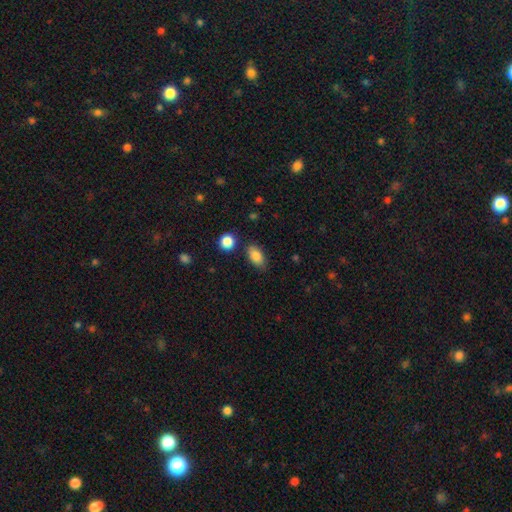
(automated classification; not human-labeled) Smooth or featured? smooth (85%)
How rounded? in between (90%)
Merging? none (80%)